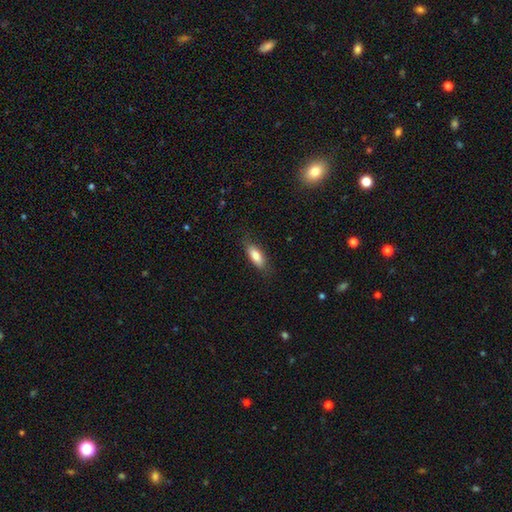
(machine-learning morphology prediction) Q: Smooth or featured?
A: smooth (80%); runner-up: featured or disk (13%)
Q: How rounded?
A: in between (71%); runner-up: cigar-shaped (27%)
Q: Merging?
A: none (80%); runner-up: minor disturbance (15%)